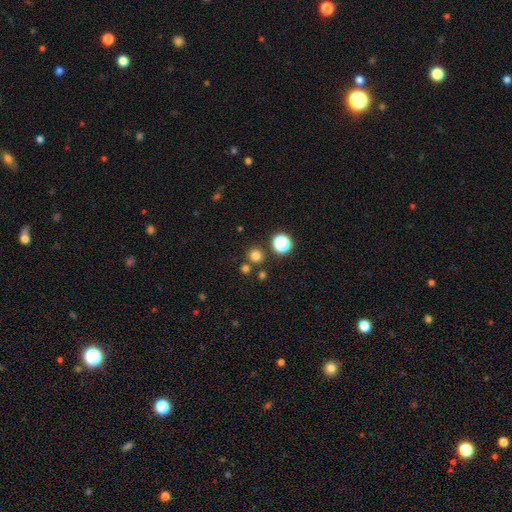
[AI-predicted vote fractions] Overall: smooth (74%). How rounded: round (93%). Merging: none (80%).